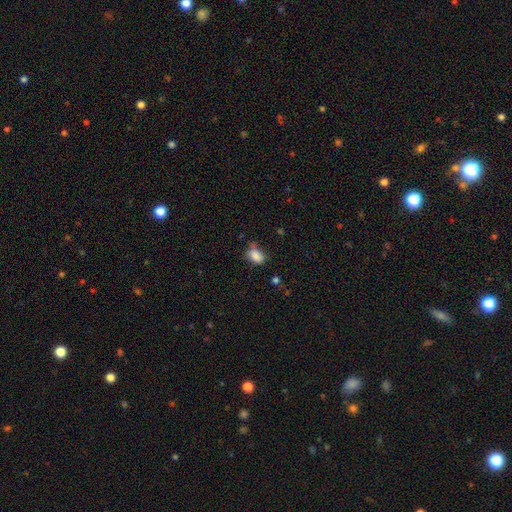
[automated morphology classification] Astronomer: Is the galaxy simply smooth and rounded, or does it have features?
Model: smooth — 85%.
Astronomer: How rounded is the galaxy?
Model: in between — 83%.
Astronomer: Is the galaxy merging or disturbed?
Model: none — 54% (runner-up: minor disturbance, 31%).